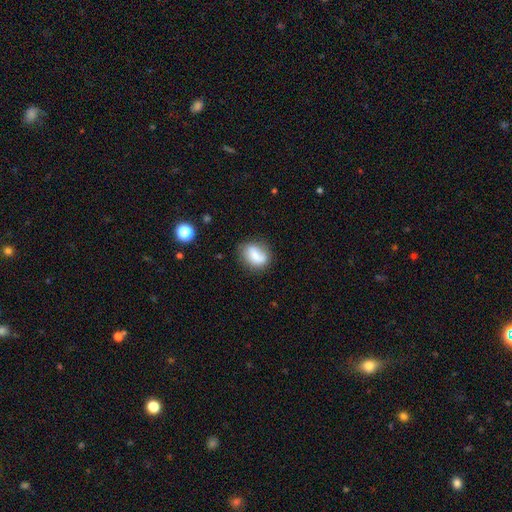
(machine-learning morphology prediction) type=smooth (67%); roundness=in between (63%); merging=none (67%).